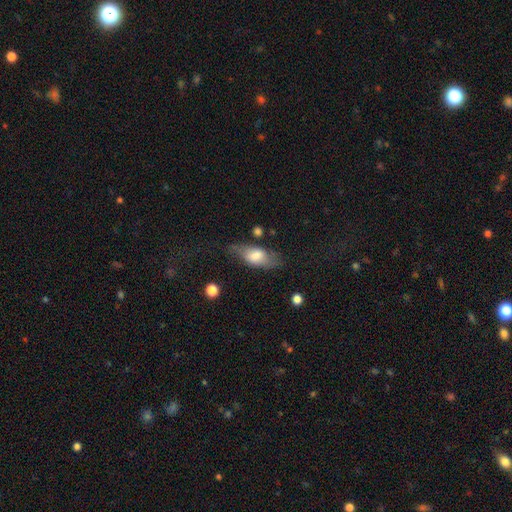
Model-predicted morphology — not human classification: Smooth or featured: smooth — 57% (featured or disk — 36%)
How rounded: in between — 79% (cigar-shaped — 17%)
Merging: none — 58% (minor disturbance — 26%)